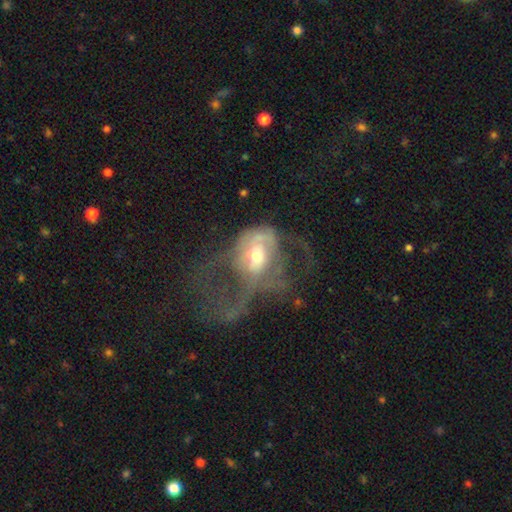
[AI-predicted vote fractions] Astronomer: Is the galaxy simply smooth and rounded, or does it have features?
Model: featured or disk — 61%.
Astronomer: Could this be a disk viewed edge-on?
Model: no — 96%.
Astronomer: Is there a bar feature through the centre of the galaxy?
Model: no — 73%.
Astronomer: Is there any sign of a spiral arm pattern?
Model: no — 63%.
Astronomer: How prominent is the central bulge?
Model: moderate — 56% (runner-up: small, 33%).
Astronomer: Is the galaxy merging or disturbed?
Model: major disturbance — 68%.